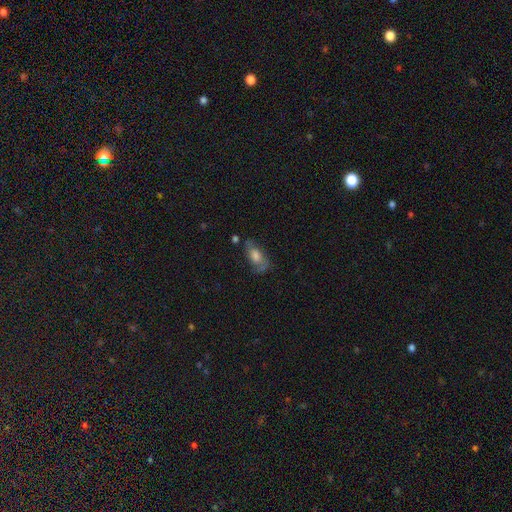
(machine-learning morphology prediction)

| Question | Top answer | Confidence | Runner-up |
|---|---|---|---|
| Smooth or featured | featured or disk | 45% | smooth (43%) |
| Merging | none | 57% | minor disturbance (24%) |